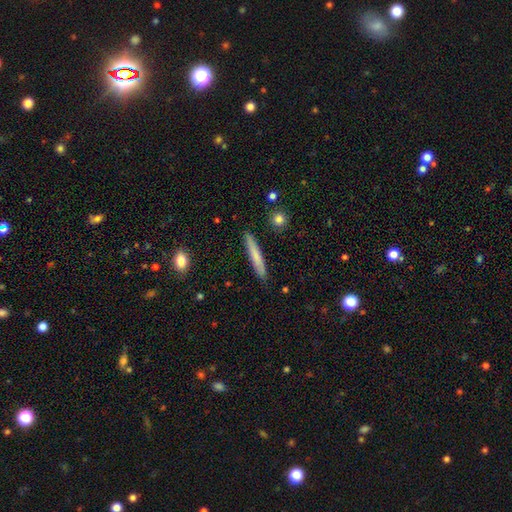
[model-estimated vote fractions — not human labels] Morphology: type=smooth (69%); roundness=cigar-shaped (95%); merging=none (88%).